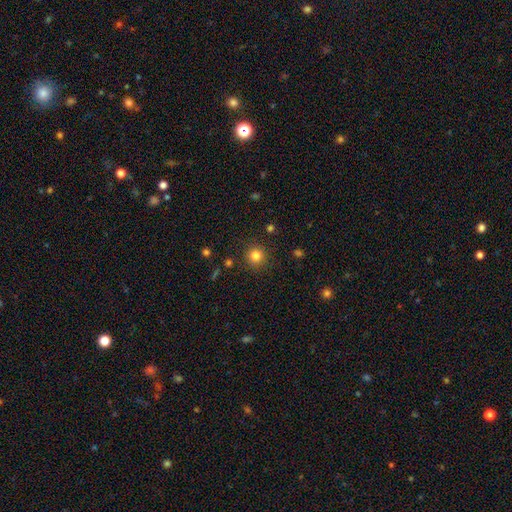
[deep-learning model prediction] Smooth or featured?
  - smooth: 82% *
  - star or artifact: 13%
  - featured or disk: 5%
How rounded?
  - round: 94% *
  - in between: 5%
  - cigar-shaped: 1%
Merging?
  - none: 90% *
  - minor disturbance: 6%
  - major disturbance: 2%
  - merger: 2%